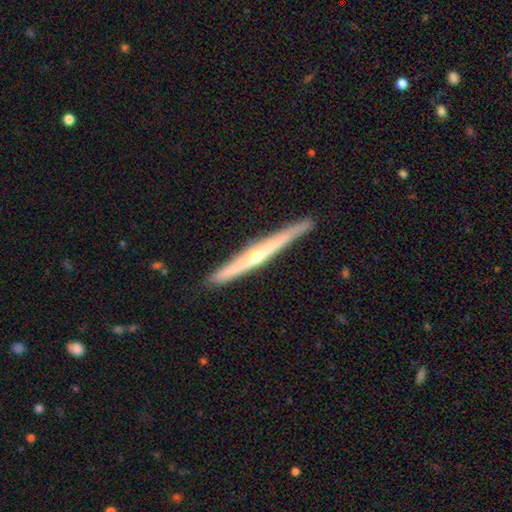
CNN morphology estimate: Smooth or featured? Predicted: featured or disk (p=0.68). Edge-on disk? Predicted: yes (p=0.97). Edge-on bulge? Predicted: rounded (p=0.74). Merging? Predicted: none (p=0.88).